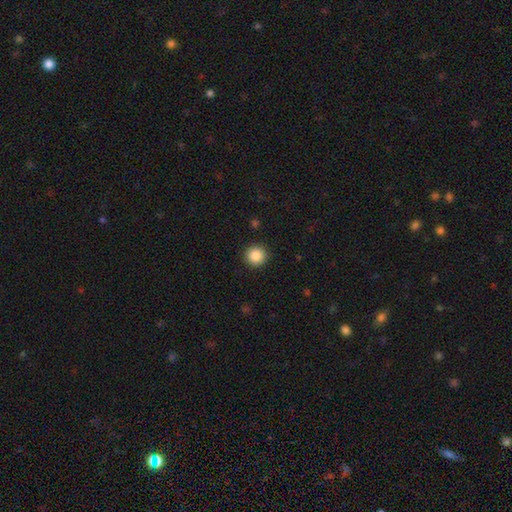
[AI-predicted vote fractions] This is clearly a smooth galaxy (87%). How rounded: clearly round (95%). Merging: clearly none (92%).